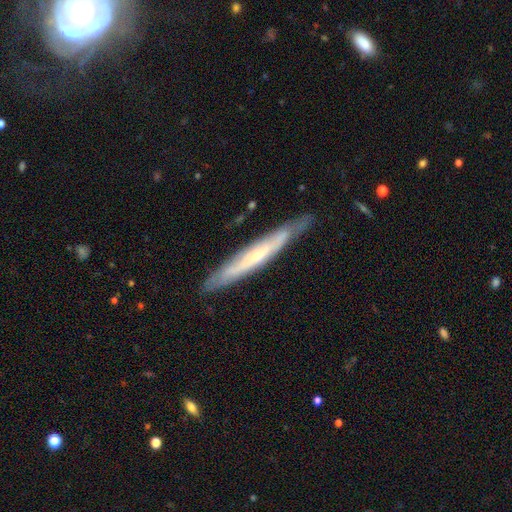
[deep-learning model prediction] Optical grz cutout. It shows a featured or disk galaxy (62%) viewed edge-on (79%). Merging: none (81%).